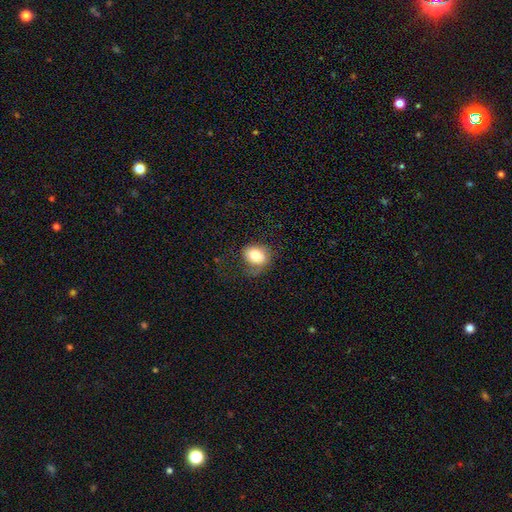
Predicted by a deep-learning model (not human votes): Q: Smooth or featured?
A: smooth (80%); runner-up: featured or disk (11%)
Q: How rounded?
A: in between (58%); runner-up: round (41%)
Q: Merging?
A: none (60%); runner-up: minor disturbance (24%)